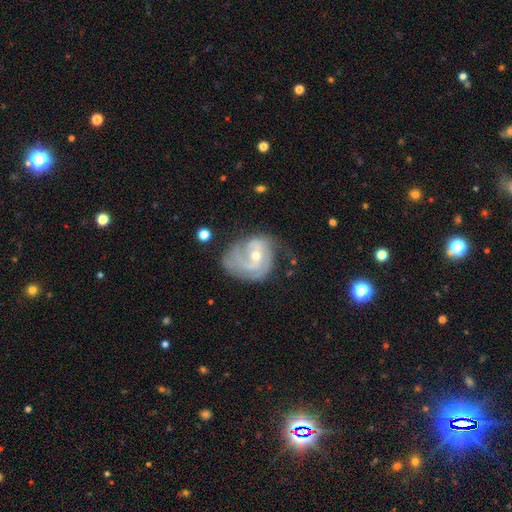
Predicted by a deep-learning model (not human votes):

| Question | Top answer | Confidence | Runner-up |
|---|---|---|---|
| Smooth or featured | featured or disk | 84% | smooth (10%) |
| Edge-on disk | no | 98% | yes (2%) |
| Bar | no | 47% | weak (42%) |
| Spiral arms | yes | 94% | no (6%) |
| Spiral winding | tight | 45% | medium (41%) |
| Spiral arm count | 2 | 45% | 3 (20%) |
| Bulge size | small | 51% | moderate (46%) |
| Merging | none | 51% | minor disturbance (27%) |